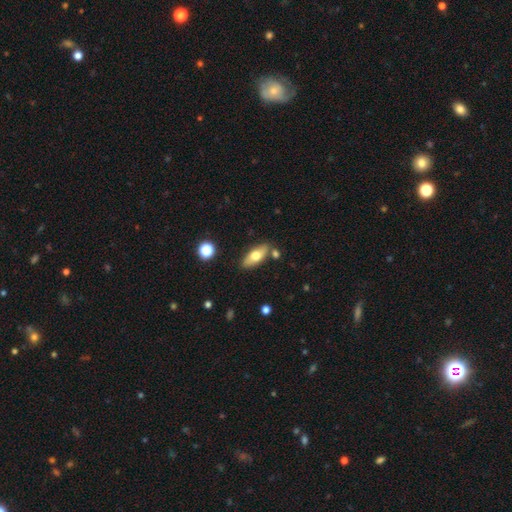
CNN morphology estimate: Smooth or featured: smooth — 64% (featured or disk — 29%)
How rounded: in between — 76% (cigar-shaped — 21%)
Merging: none — 79% (minor disturbance — 12%)